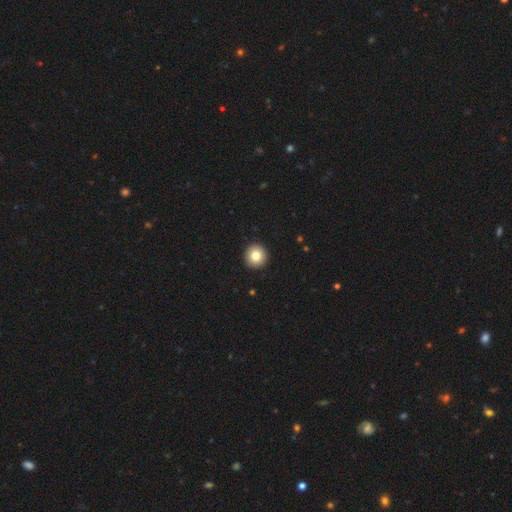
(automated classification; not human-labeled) Smooth or featured? smooth (82%)
How rounded? round (95%)
Merging? none (94%)